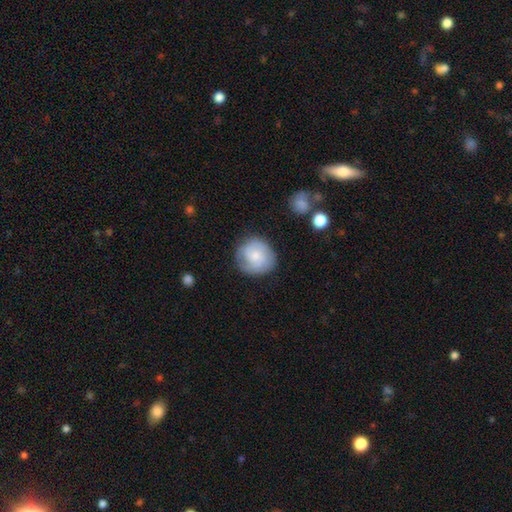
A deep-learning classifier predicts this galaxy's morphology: A smooth galaxy with no disk features (49%). Merging: none (79%).